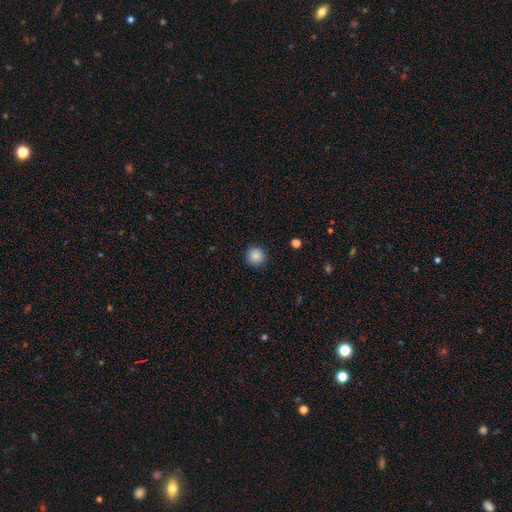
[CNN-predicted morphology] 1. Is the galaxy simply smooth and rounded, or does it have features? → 87% smooth, 10% star or artifact, 3% featured or disk.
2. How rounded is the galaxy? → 95% round, 4% in between, 1% cigar-shaped.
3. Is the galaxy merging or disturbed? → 92% none, 5% minor disturbance, 2% major disturbance, 1% merger.